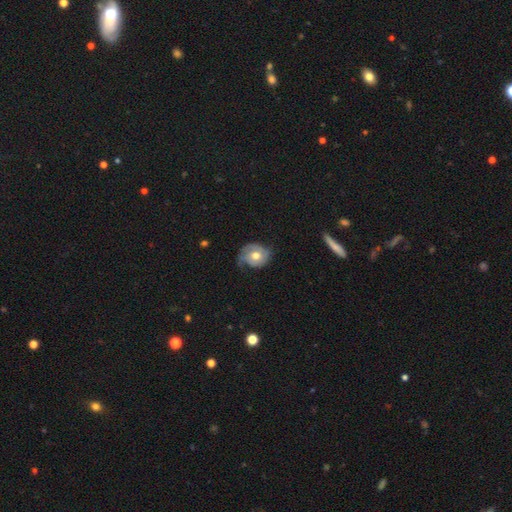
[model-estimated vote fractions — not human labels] featured or disk 60%, smooth 33%, star or artifact 7%. Down the decision tree: edge-on disk — no (97%); bar — no (77%); spiral arms — yes (83%); bulge size — moderate (77%); merging — none (53%).